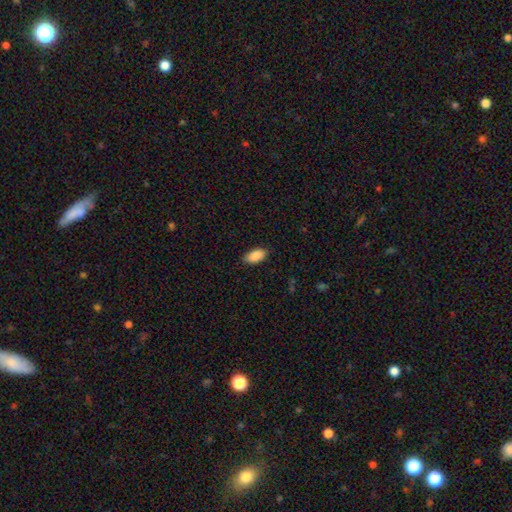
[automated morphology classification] smooth 90%, star or artifact 7%, featured or disk 4%. Down the decision tree: how rounded — in between (93%); merging — none (85%).